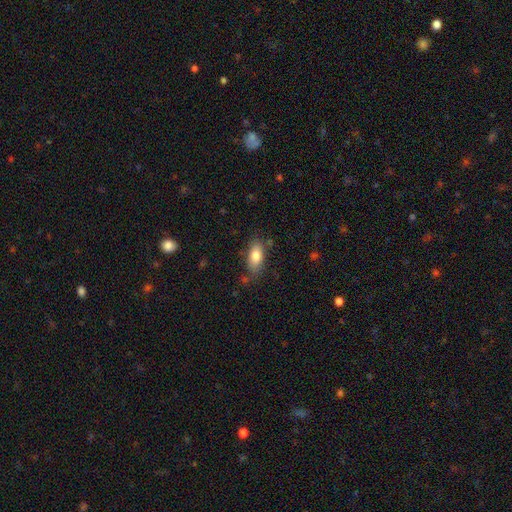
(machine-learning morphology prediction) smooth_or_featured: smooth (p=0.81) [alt: featured or disk p=0.12]
how_rounded: in between (p=0.88) [alt: cigar-shaped p=0.09]
merging: none (p=0.74) [alt: minor disturbance p=0.18]